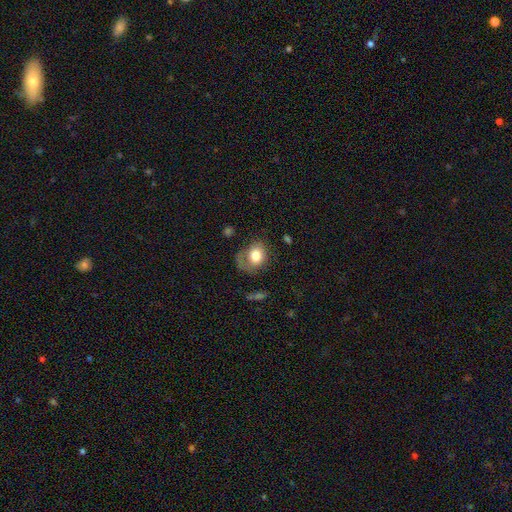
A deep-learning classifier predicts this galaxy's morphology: smooth 73%, featured or disk 18%, star or artifact 8%. Down the decision tree: how rounded — round (52%); merging — none (42%).